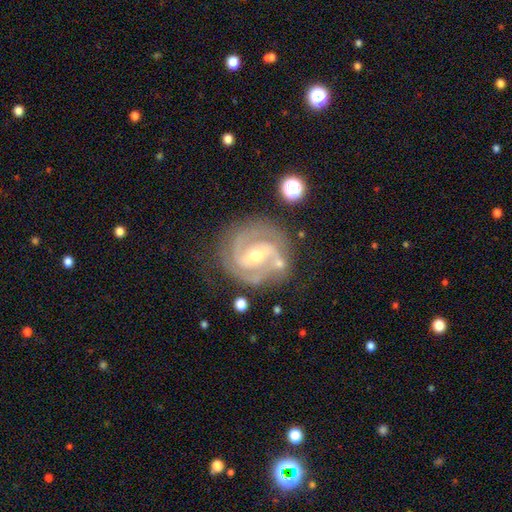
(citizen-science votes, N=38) featured or disk 92%, star or artifact 8%, smooth 0%. Down the decision tree: edge-on disk — no (97%); bar — strong (56%); spiral arms — yes (97%); spiral arm count — 2 (82%); spiral winding — tight (58%); bulge size — small (50%); merging — none (86%).